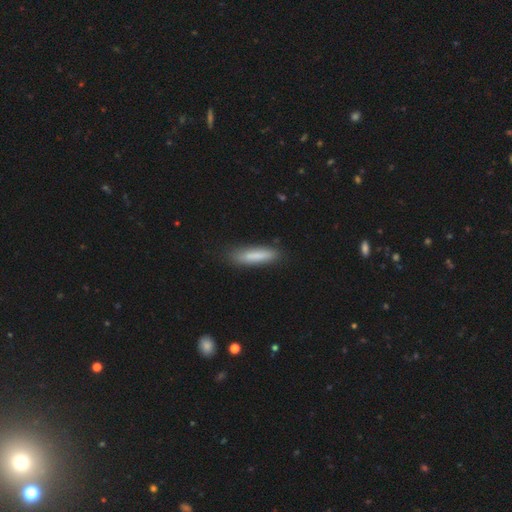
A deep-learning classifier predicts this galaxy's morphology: type=smooth (81%); roundness=cigar-shaped (81%); merging=none (84%).